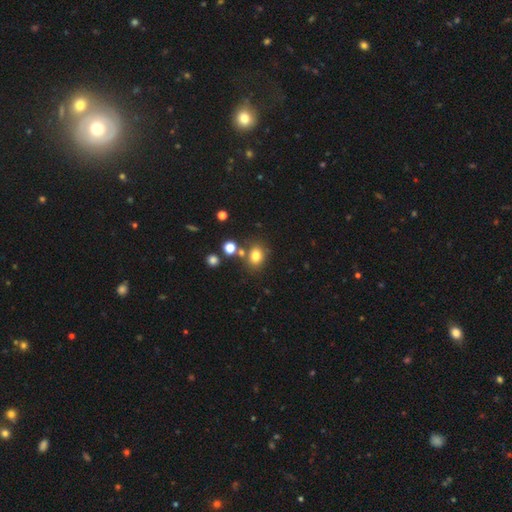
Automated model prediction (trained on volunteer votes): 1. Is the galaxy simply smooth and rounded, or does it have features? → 78% smooth, 14% star or artifact, 8% featured or disk.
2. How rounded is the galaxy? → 53% round, 46% in between, 1% cigar-shaped.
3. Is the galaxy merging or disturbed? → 71% none, 12% merger, 12% minor disturbance, 4% major disturbance.